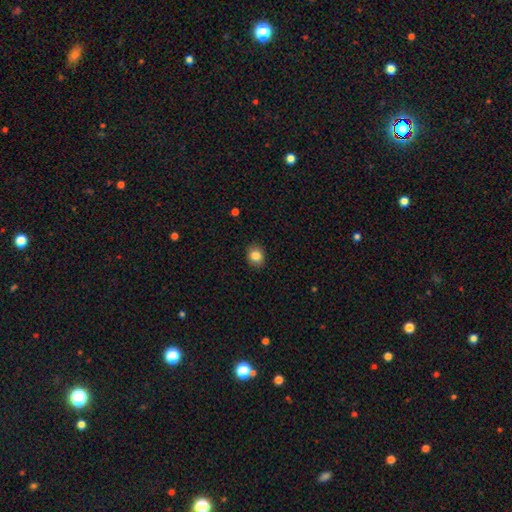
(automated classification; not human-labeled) A smooth galaxy with no disk features (85%) that is round (65%). Merging: none (88%).